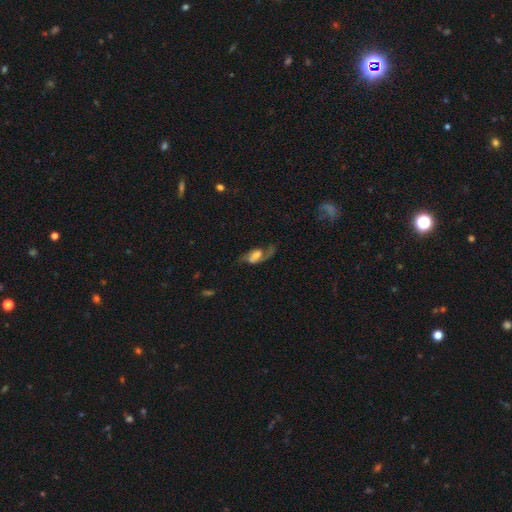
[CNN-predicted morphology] type=featured or disk (72%); edge-on=no (91%); bar=weak (42%); spiral arms=yes (88%); winding=loose (50%); arm count=2 (78%); bulge=moderate (35%); merging=none (58%).